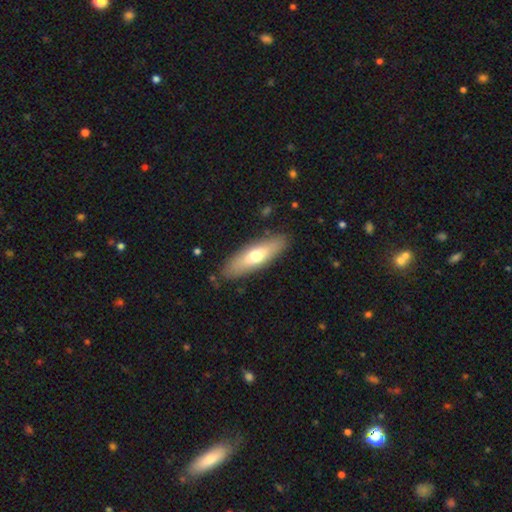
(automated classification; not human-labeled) This appears to be a smooth galaxy with no disk features (58%) that is cigar-shaped (51%). Merging: none (86%).